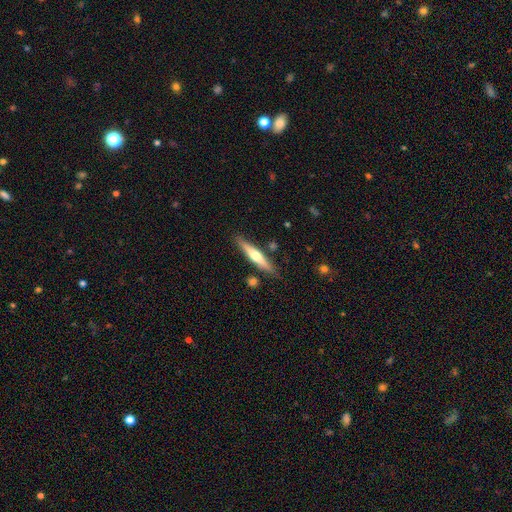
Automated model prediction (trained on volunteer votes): Smooth or featured? featured or disk (52%)
Edge-on disk? yes (95%)
Merging? none (83%)